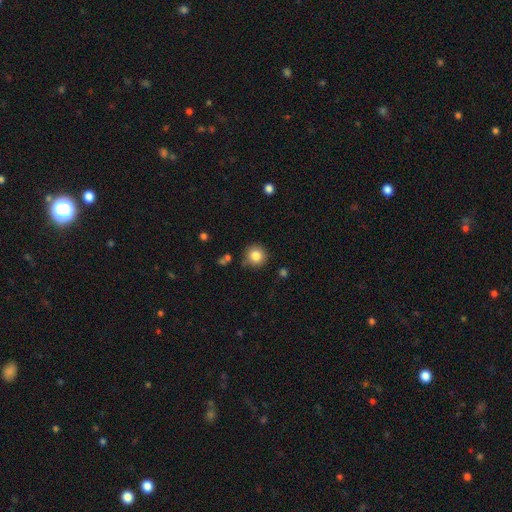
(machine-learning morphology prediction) Smooth or featured: smooth — 83% (star or artifact — 10%)
How rounded: round — 93% (in between — 6%)
Merging: none — 85% (minor disturbance — 10%)